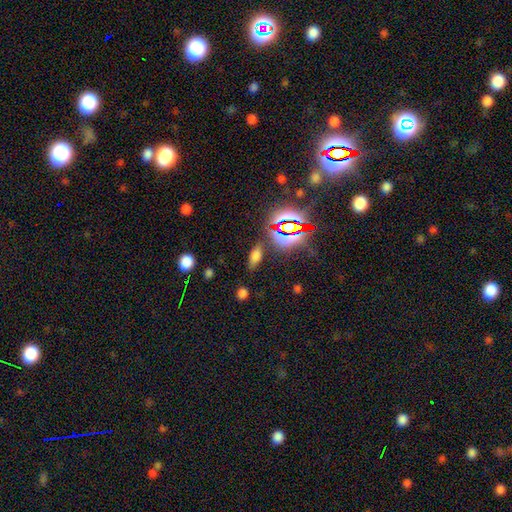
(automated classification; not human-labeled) smooth-or-featured: smooth: 63% | star or artifact: 27% | featured or disk: 10%
  how-rounded: in between: 80% | cigar-shaped: 13% | round: 7%
  merging: none: 77% | minor disturbance: 13% | major disturbance: 5% | merger: 5%